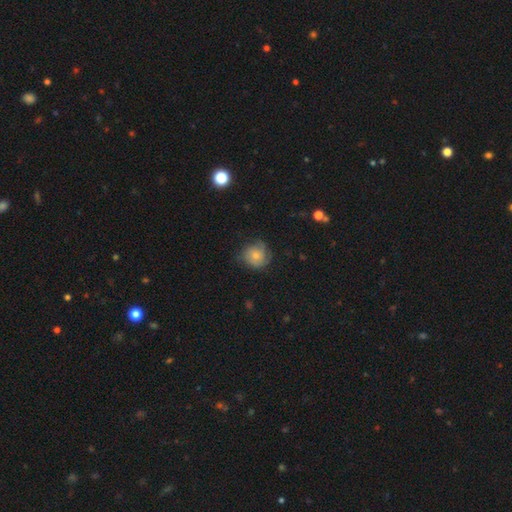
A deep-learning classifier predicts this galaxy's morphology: Smooth or featured? Predicted: smooth (p=0.54). How rounded? Predicted: round (p=0.85). Merging? Predicted: none (p=0.64).